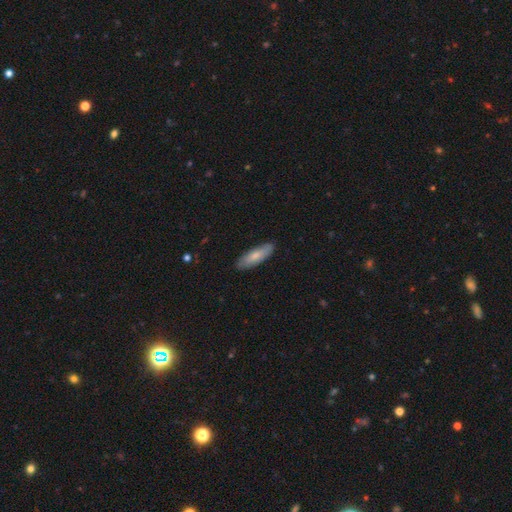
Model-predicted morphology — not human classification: Smooth or featured?
  - smooth: 76% *
  - featured or disk: 19%
  - star or artifact: 5%
How rounded?
  - cigar-shaped: 53% *
  - in between: 46%
  - round: 2%
Merging?
  - none: 86% *
  - minor disturbance: 11%
  - major disturbance: 2%
  - merger: 1%